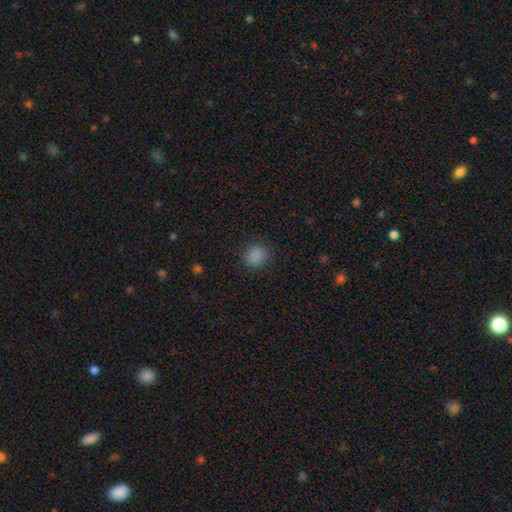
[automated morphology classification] This is clearly a smooth galaxy (85%). How rounded: clearly round (81%). Merging: clearly none (87%).